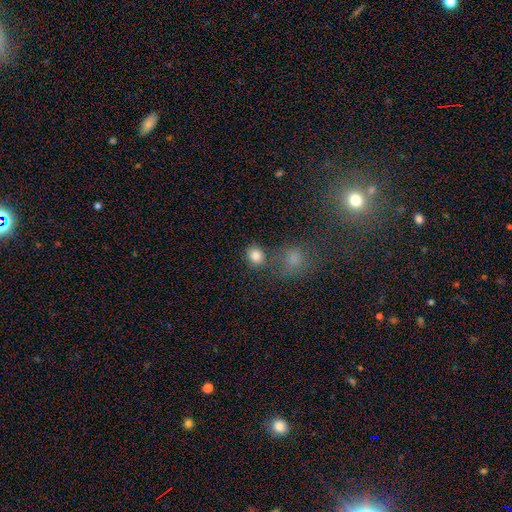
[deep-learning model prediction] Overall: smooth (84%). How rounded: round (65%; in between 34%). Merging: none (67%).